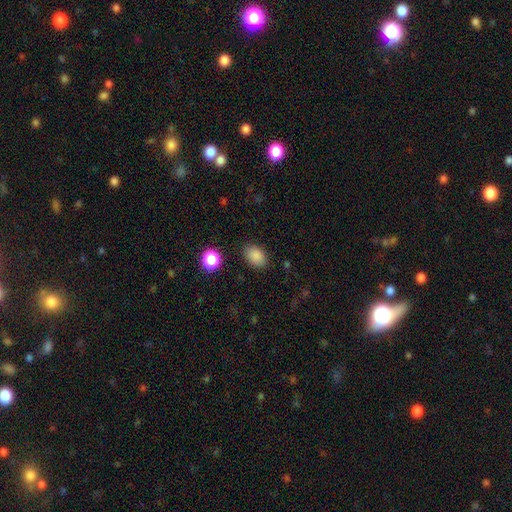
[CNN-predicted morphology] Smooth or featured?
  - smooth: 86% *
  - star or artifact: 10%
  - featured or disk: 4%
How rounded?
  - in between: 81% *
  - round: 18%
  - cigar-shaped: 1%
Merging?
  - none: 86% *
  - minor disturbance: 10%
  - major disturbance: 3%
  - merger: 2%